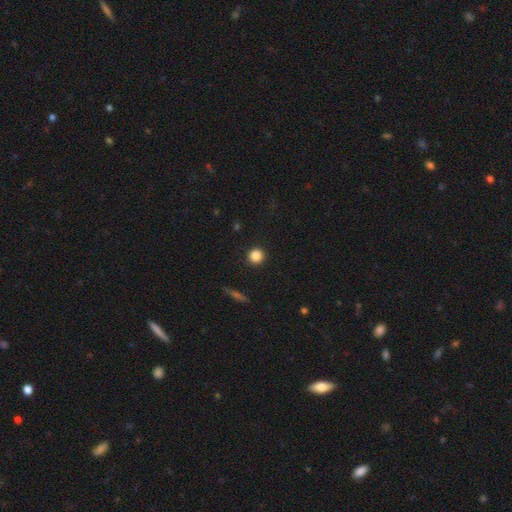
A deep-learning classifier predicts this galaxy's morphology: Q: Smooth or featured?
A: smooth (85%); runner-up: star or artifact (10%)
Q: How rounded?
A: round (95%); runner-up: in between (4%)
Q: Merging?
A: none (93%); runner-up: minor disturbance (4%)